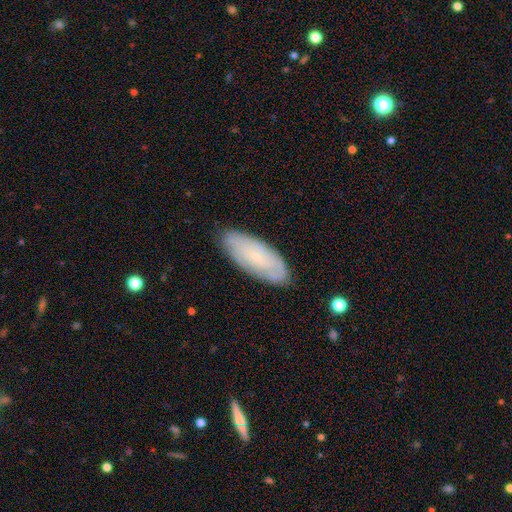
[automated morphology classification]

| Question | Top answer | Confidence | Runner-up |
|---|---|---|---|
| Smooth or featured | smooth | 49% | featured or disk (43%) |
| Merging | none | 84% | minor disturbance (13%) |